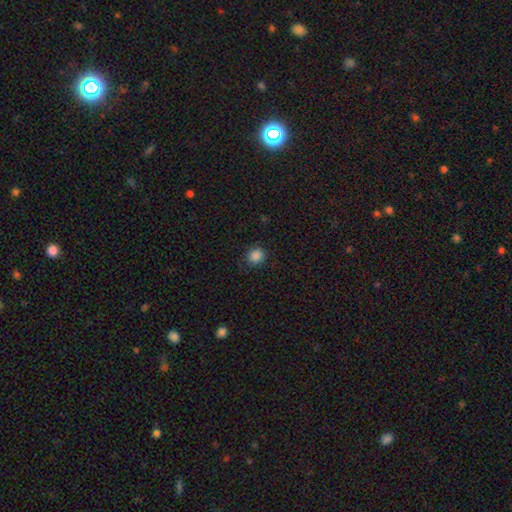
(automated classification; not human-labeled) Morphology: type=smooth (85%); roundness=round (73%); merging=none (81%).